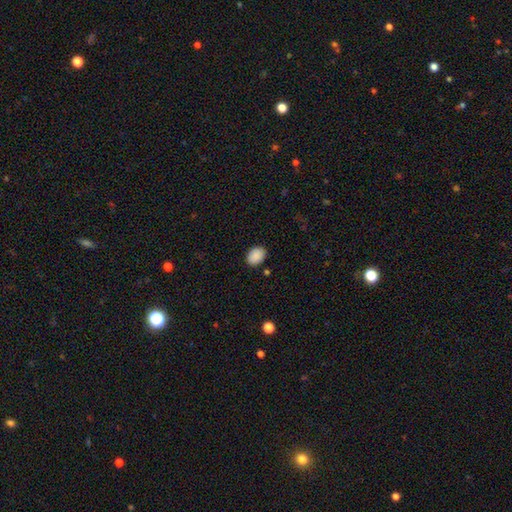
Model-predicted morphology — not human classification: Smooth or featured? smooth (90%)
How rounded? in between (71%)
Merging? none (86%)